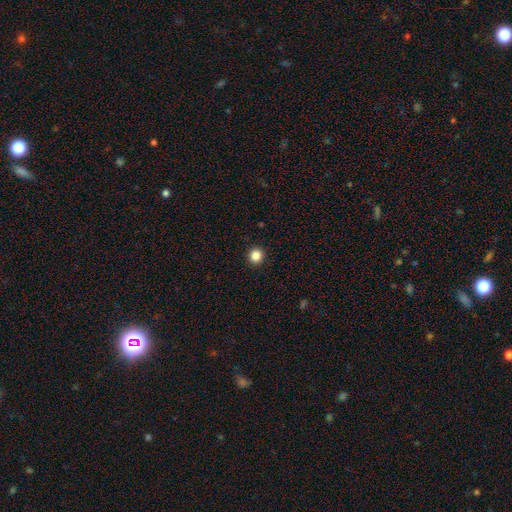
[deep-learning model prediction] This is clearly a smooth galaxy (85%). How rounded: clearly round (94%). Merging: clearly none (94%).